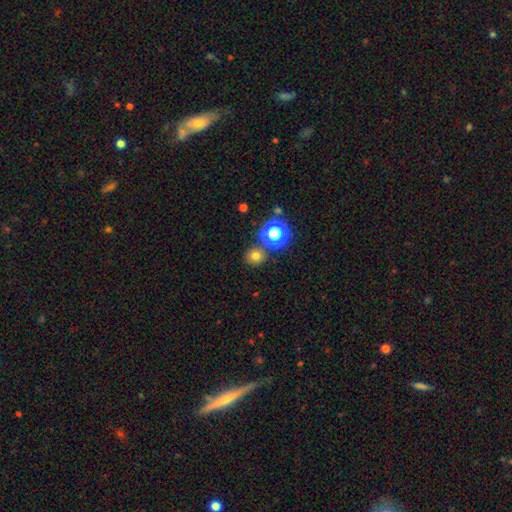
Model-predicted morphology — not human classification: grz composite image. It shows a smooth galaxy with no disk features (73%) that is round (90%). Merging: none (81%).